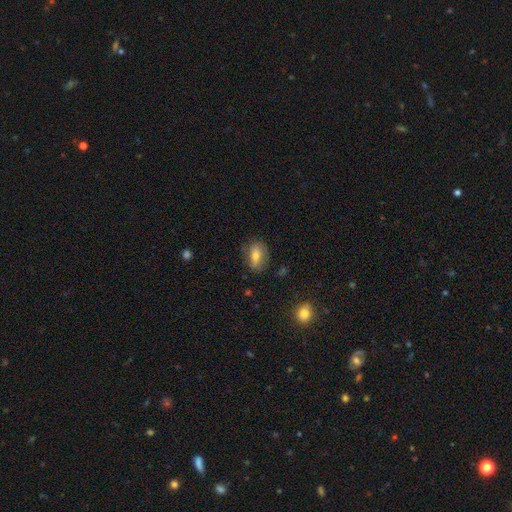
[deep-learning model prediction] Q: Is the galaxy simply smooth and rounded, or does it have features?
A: smooth — 61%.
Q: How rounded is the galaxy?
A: in between — 79%.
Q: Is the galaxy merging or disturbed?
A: none — 74%.